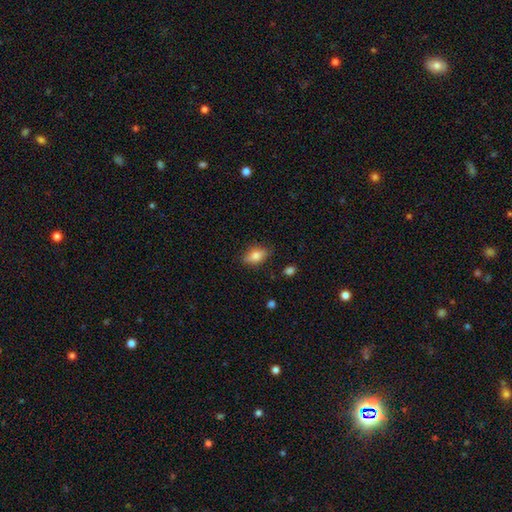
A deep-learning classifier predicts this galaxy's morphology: This is likely a smooth galaxy (73%). How rounded: clearly in between (83%). Merging: clearly none (80%).